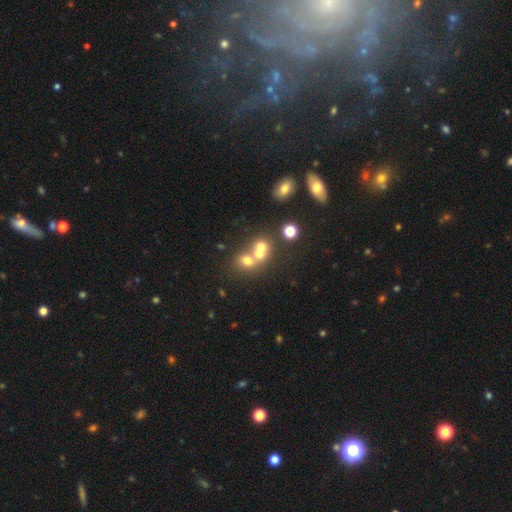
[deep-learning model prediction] The model was most divided on "merging": merger: 59%, none: 31%, minor disturbance: 6%, major disturbance: 4%. More confident: how rounded — round (70%); smooth or featured — smooth (57%).